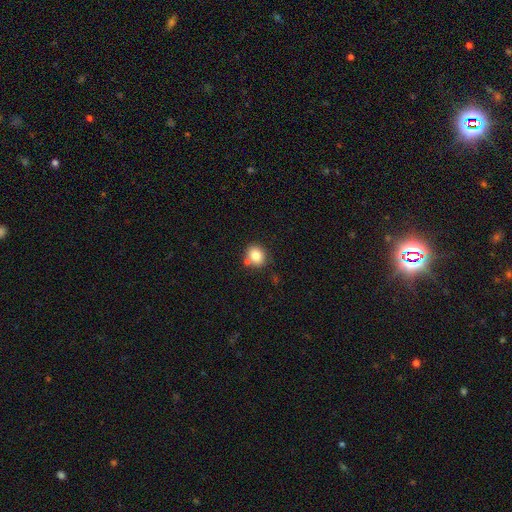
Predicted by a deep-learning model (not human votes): Smooth or featured?
  - smooth: 82% *
  - star or artifact: 10%
  - featured or disk: 8%
How rounded?
  - round: 69% *
  - in between: 30%
  - cigar-shaped: 1%
Merging?
  - none: 69% *
  - merger: 15%
  - minor disturbance: 13%
  - major disturbance: 3%